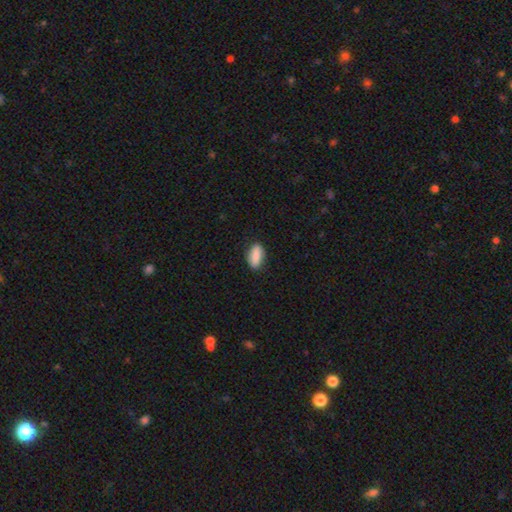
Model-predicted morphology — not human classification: This is clearly a smooth galaxy (87%). How rounded: clearly in between (89%). Merging: clearly none (86%).